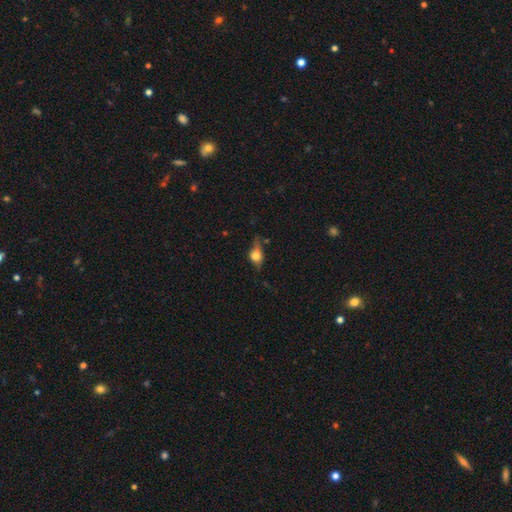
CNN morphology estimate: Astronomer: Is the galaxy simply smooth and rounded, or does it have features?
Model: smooth — 61%.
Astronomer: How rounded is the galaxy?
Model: in between — 59%.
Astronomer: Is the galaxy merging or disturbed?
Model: none — 49% (runner-up: minor disturbance, 33%).